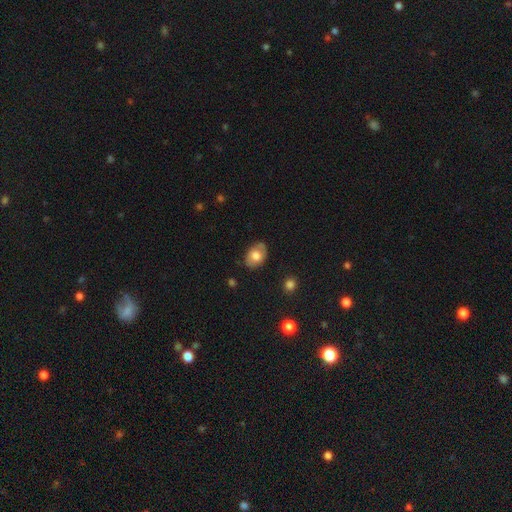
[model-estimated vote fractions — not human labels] smooth 70%, featured or disk 23%, star or artifact 7%. Down the decision tree: how rounded — in between (83%); merging — none (76%).